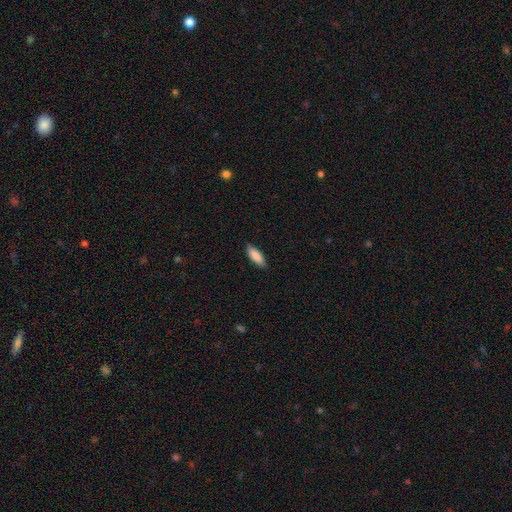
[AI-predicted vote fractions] Overall: smooth (87%). How rounded: in between (58%; cigar-shaped 40%). Merging: none (87%).